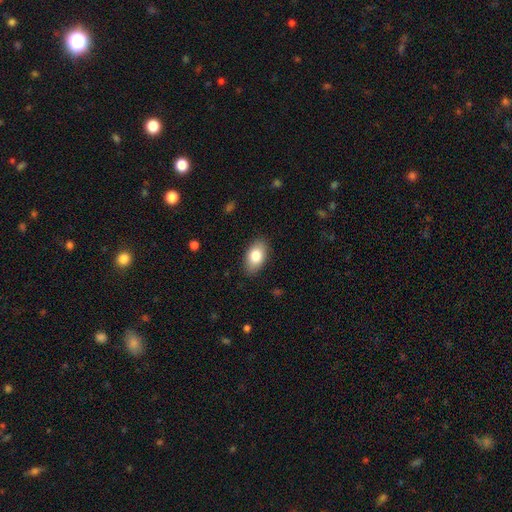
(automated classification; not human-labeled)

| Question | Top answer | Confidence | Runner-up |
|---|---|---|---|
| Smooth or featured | smooth | 81% | featured or disk (12%) |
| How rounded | in between | 92% | round (6%) |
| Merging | none | 87% | minor disturbance (10%) |